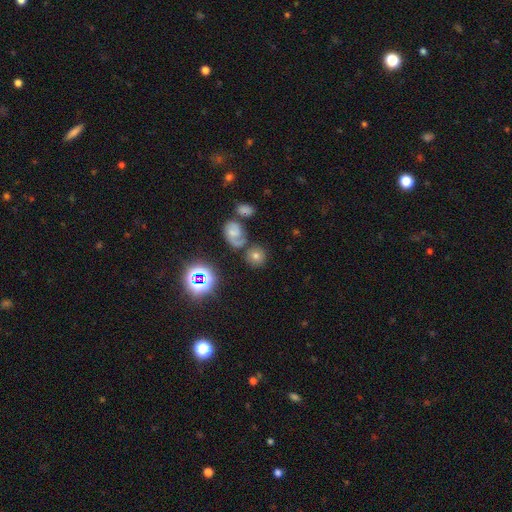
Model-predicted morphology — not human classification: Smooth or featured? Predicted: smooth (p=0.59). How rounded? Predicted: round (p=0.83). Merging? Predicted: none (p=0.66).